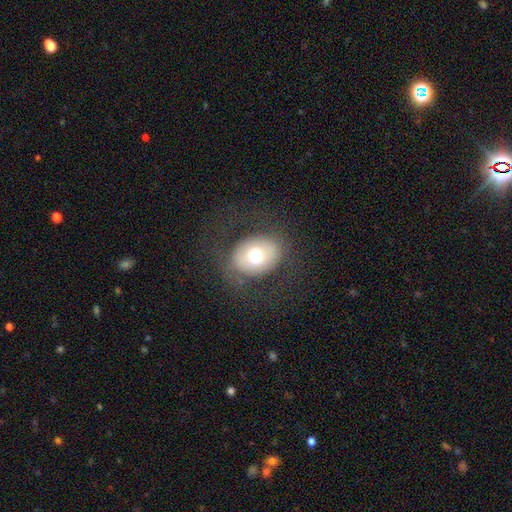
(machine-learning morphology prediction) Smooth or featured? Predicted: smooth (p=0.63). How rounded? Predicted: round (p=0.50). Merging? Predicted: none (p=0.76).